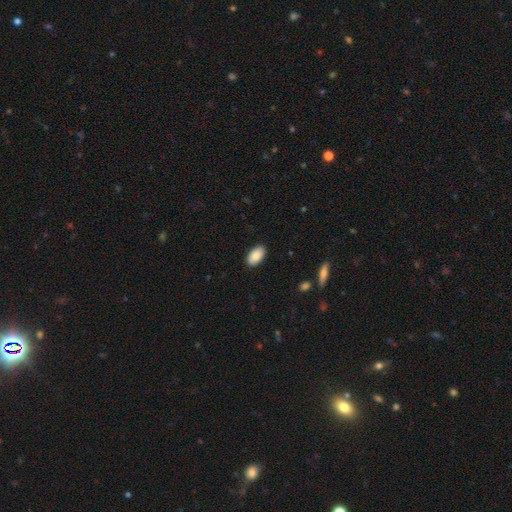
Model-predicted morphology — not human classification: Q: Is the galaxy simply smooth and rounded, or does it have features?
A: smooth — 89%.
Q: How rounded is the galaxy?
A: in between — 95%.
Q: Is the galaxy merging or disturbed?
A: none — 89%.